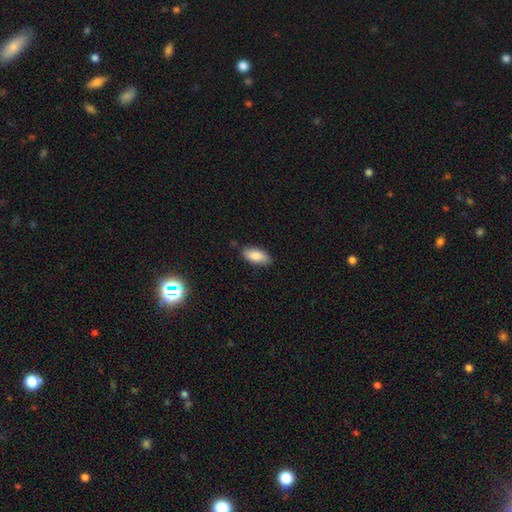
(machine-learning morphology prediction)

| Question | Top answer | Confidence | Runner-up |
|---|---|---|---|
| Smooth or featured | smooth | 85% | featured or disk (8%) |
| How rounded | in between | 89% | cigar-shaped (9%) |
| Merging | none | 83% | minor disturbance (13%) |